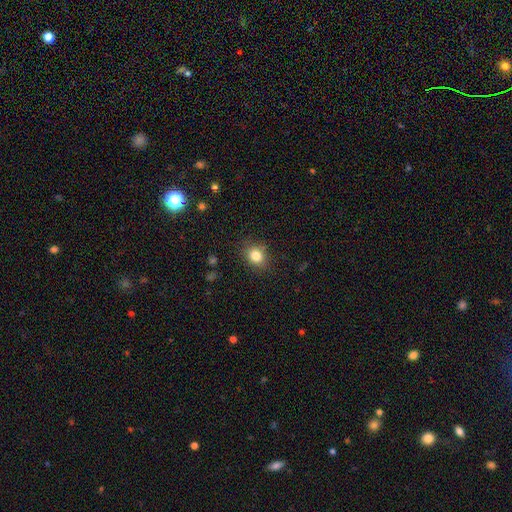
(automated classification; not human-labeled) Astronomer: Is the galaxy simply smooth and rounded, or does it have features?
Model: smooth — 82%.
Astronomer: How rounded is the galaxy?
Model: round — 58% (runner-up: in between, 41%).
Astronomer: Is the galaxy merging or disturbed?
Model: none — 82%.